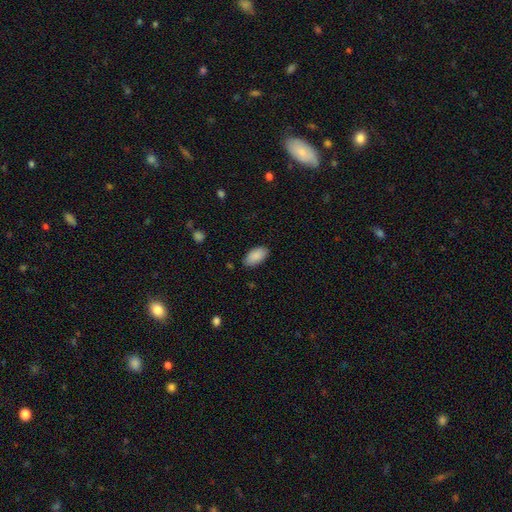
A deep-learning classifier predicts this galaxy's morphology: Smooth or featured?
  - smooth: 89% *
  - star or artifact: 7%
  - featured or disk: 4%
How rounded?
  - in between: 95% *
  - cigar-shaped: 3%
  - round: 2%
Merging?
  - none: 84% *
  - minor disturbance: 12%
  - major disturbance: 2%
  - merger: 1%